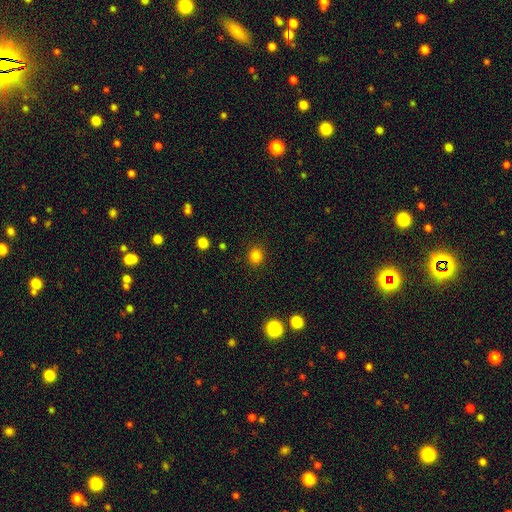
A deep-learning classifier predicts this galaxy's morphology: Q: Smooth or featured?
A: smooth (83%); runner-up: star or artifact (13%)
Q: How rounded?
A: round (85%); runner-up: in between (14%)
Q: Merging?
A: none (90%); runner-up: minor disturbance (7%)